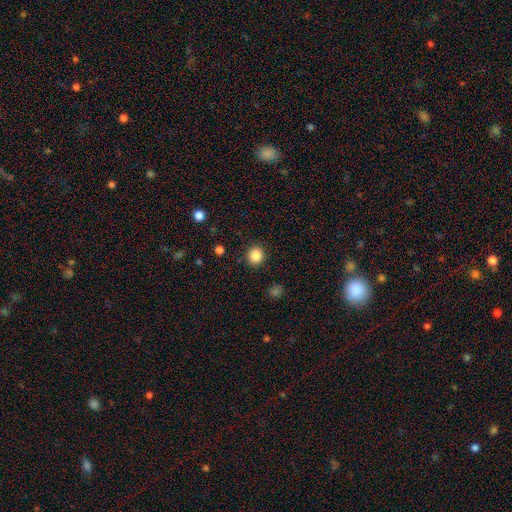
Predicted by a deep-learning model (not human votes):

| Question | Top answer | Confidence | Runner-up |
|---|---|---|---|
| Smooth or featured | smooth | 86% | star or artifact (10%) |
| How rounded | round | 89% | in between (10%) |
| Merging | none | 90% | minor disturbance (6%) |